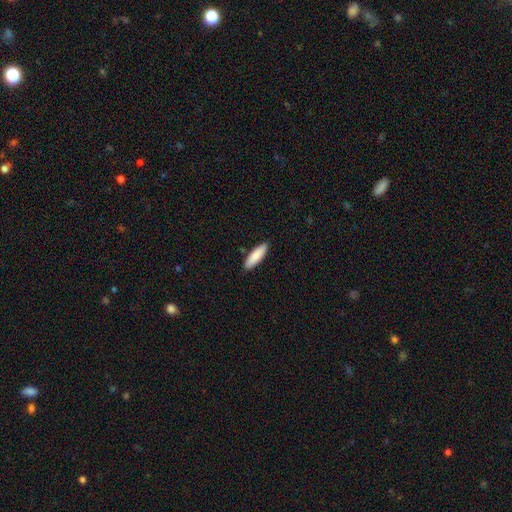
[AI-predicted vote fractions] A smooth galaxy with no disk features (87%) that is cigar-shaped (56%).

Vote fractions:
- Smooth or featured? smooth: 87% / featured or disk: 8% / star or artifact: 5%
- How rounded? cigar-shaped: 56% / in between: 42% / round: 1%
- Merging? none: 89% / minor disturbance: 8% / merger: 2% / major disturbance: 2%